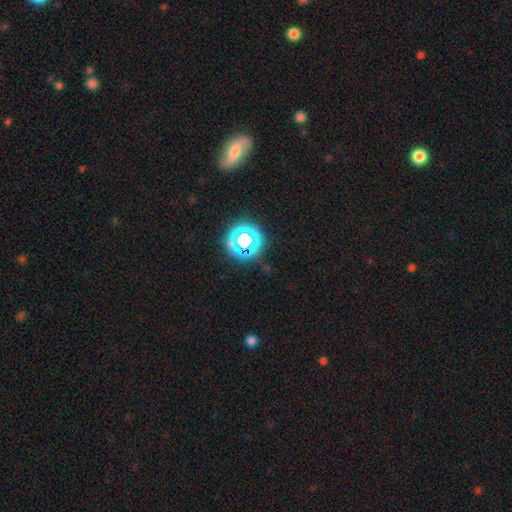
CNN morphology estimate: Smooth or featured: star or artifact — 62% (smooth — 31%)